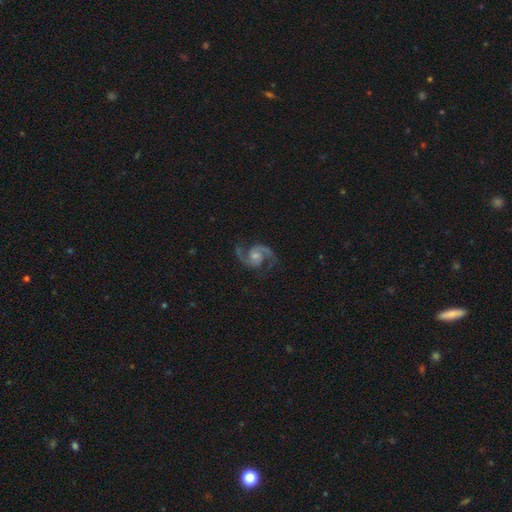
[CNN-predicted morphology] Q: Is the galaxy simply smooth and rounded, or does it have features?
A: featured or disk — 92%.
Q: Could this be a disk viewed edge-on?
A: no — 98%.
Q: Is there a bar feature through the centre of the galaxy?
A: no — 62%.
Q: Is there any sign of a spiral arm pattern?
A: yes — 98%.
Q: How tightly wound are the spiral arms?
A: medium — 61%.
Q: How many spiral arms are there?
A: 2 — 94%.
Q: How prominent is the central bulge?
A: moderate — 47%.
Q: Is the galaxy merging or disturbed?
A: none — 80%.